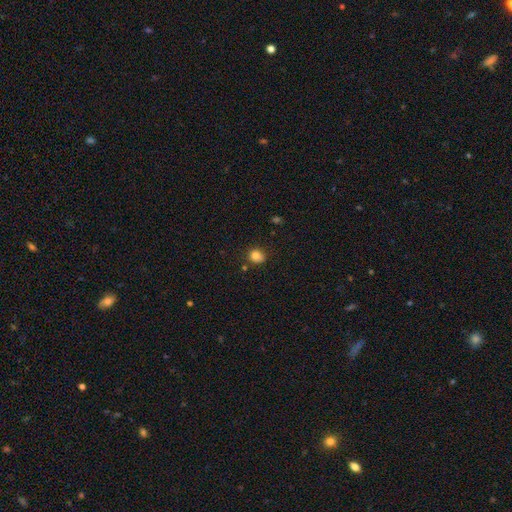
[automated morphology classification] Overall: smooth (82%). How rounded: round (70%). Merging: none (73%).